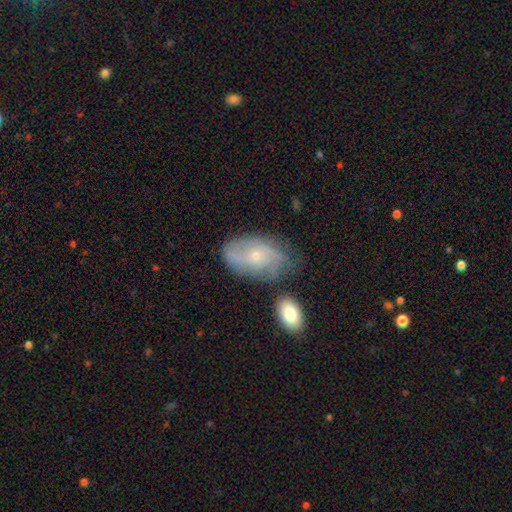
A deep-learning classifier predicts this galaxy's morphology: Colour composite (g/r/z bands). It shows a featured or disk galaxy (61%) with no bar (77%), spiral arms (80%) and a small central bulge (75%). Merging: none (55%).